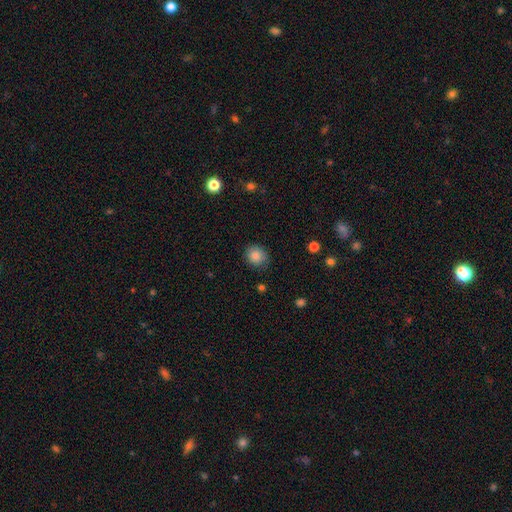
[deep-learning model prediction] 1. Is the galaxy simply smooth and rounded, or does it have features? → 84% smooth, 10% star or artifact, 6% featured or disk.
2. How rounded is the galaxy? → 77% round, 22% in between, 1% cigar-shaped.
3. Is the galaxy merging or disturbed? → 81% none, 14% minor disturbance, 3% major disturbance, 1% merger.